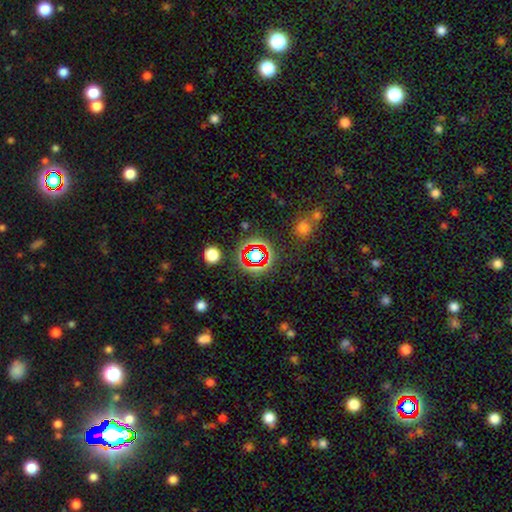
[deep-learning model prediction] Smooth or featured? star or artifact (63%)